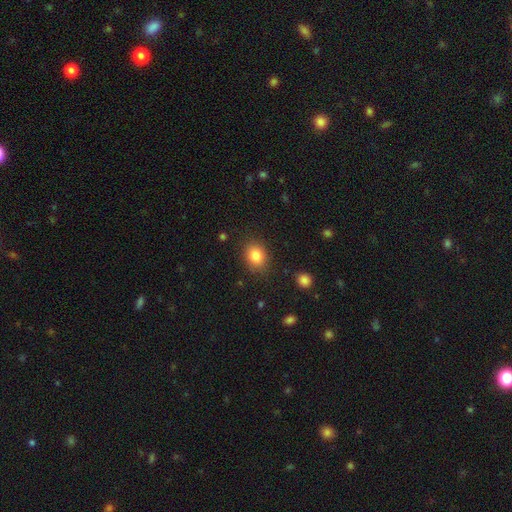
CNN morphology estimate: Smooth or featured? smooth (84%)
How rounded? round (52%)
Merging? none (84%)